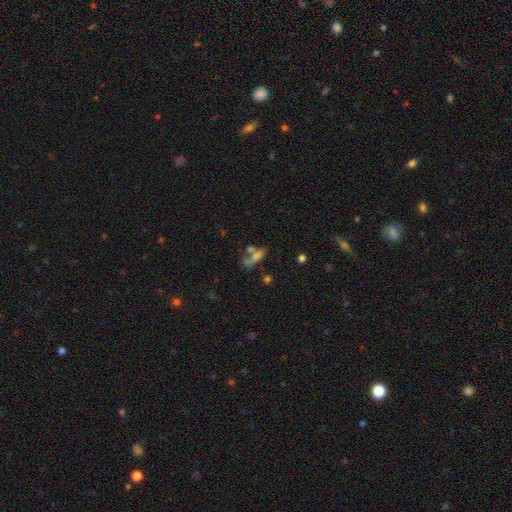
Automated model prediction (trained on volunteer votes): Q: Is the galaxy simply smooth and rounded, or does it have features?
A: smooth — 50%.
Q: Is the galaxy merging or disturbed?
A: merger — 38%.